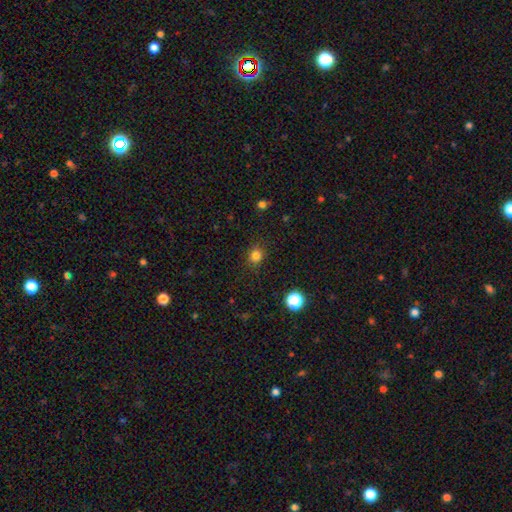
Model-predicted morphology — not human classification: This is clearly a smooth galaxy (81%). How rounded: likely round (73%). Merging: clearly none (84%).